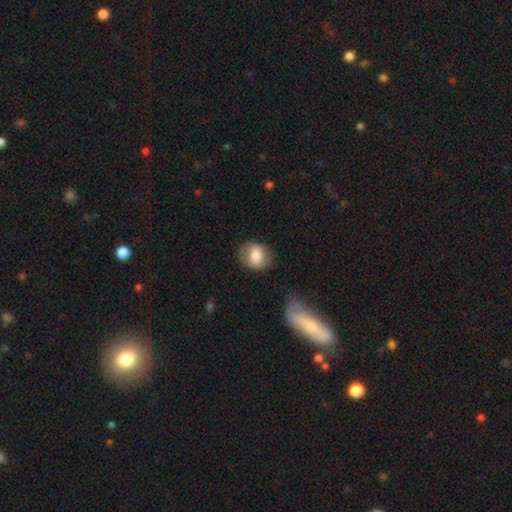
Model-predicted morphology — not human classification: Q: Smooth or featured?
A: smooth (75%); runner-up: featured or disk (18%)
Q: How rounded?
A: in between (50%); runner-up: round (48%)
Q: Merging?
A: none (75%); runner-up: minor disturbance (17%)